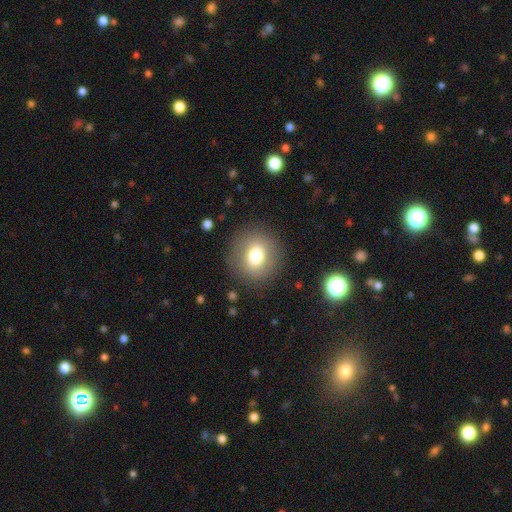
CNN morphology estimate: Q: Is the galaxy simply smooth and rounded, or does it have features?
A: smooth — 74%.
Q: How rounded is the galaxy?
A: round — 86%.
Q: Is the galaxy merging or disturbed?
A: none — 87%.